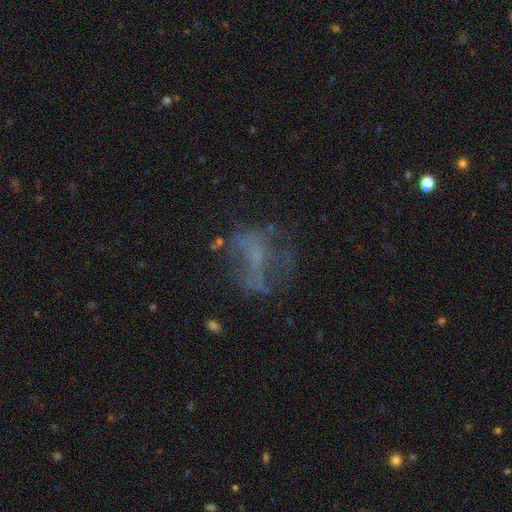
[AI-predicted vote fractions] This is possibly a featured or disk galaxy (48%). Merging: possibly none (45%).